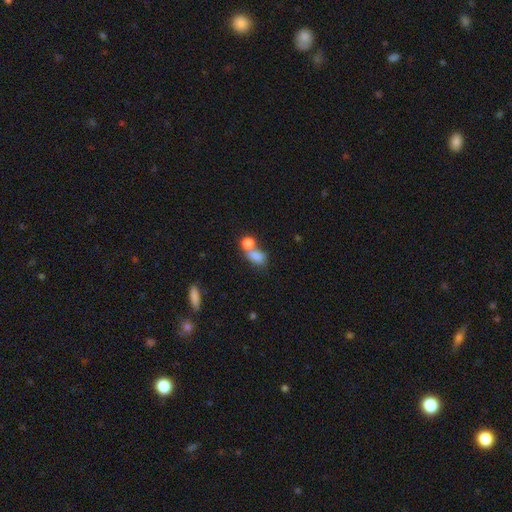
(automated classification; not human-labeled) Smooth or featured: smooth — 79% (star or artifact — 11%)
How rounded: in between — 71% (round — 26%)
Merging: merger — 53% (none — 29%)